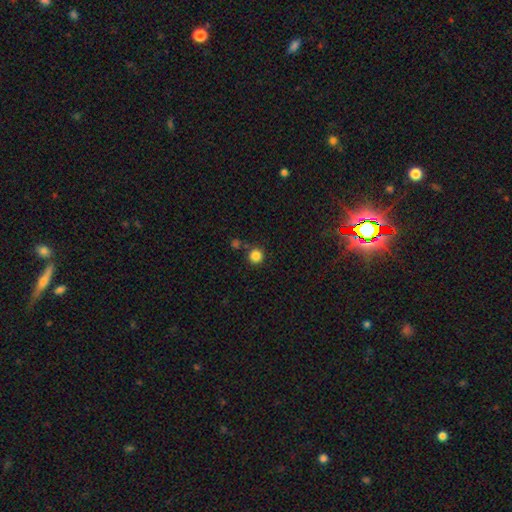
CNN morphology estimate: Q: Smooth or featured?
A: smooth (85%); runner-up: star or artifact (12%)
Q: How rounded?
A: round (95%); runner-up: in between (4%)
Q: Merging?
A: none (84%); runner-up: merger (7%)